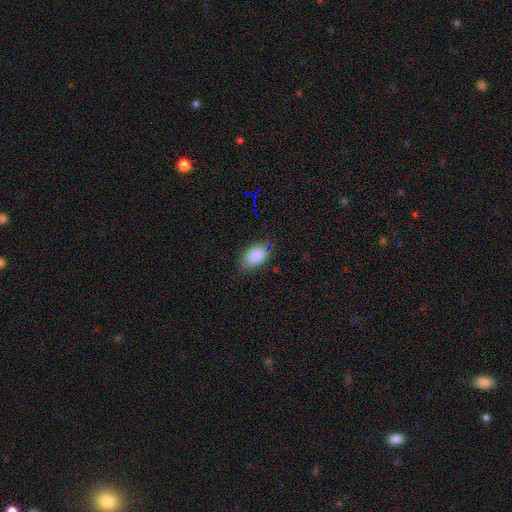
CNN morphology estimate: Overall: smooth (85%). How rounded: in between (88%). Merging: none (73%).